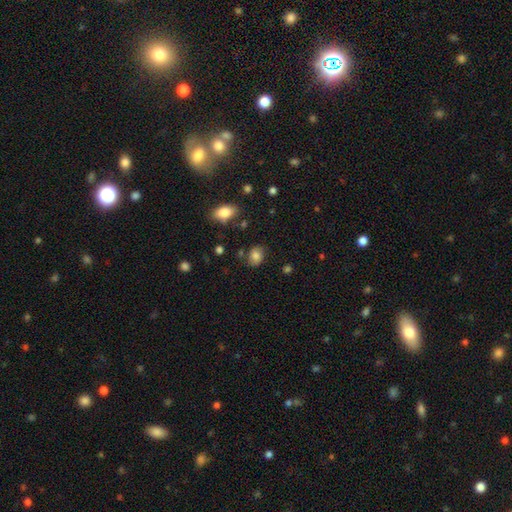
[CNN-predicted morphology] A smooth galaxy with no disk features (82%) that is in between round and cigar-shaped (53%). Merging: none (76%).